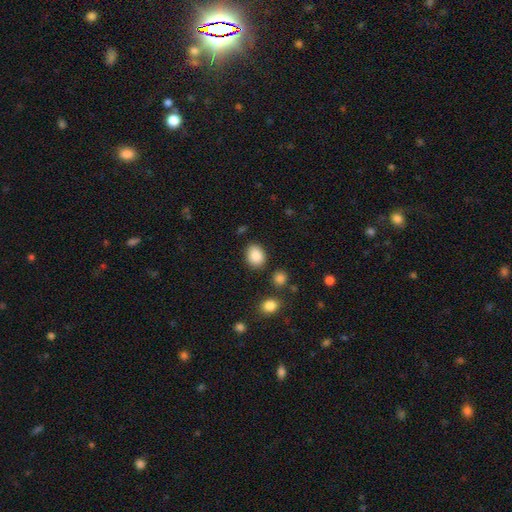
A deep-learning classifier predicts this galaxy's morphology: Smooth or featured: smooth — 88% (star or artifact — 8%)
How rounded: in between — 60% (round — 39%)
Merging: none — 83% (minor disturbance — 11%)